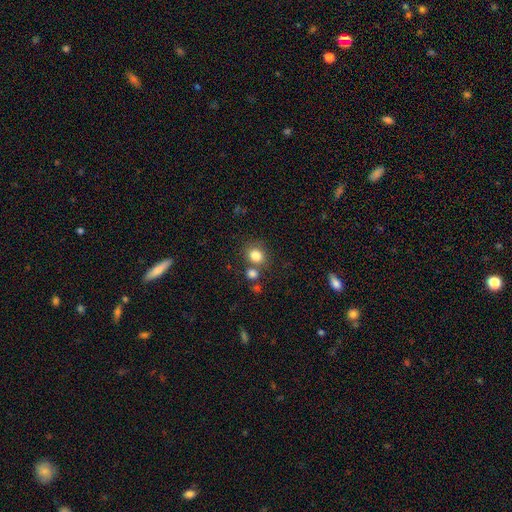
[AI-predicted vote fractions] Morphology: type=smooth (82%); roundness=round (68%); merging=none (66%).